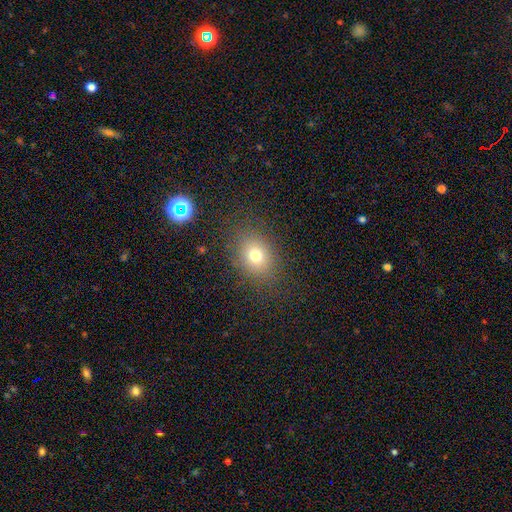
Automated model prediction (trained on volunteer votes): Smooth or featured: smooth — 74% (star or artifact — 15%)
How rounded: in between — 56% (round — 43%)
Merging: none — 82% (minor disturbance — 11%)